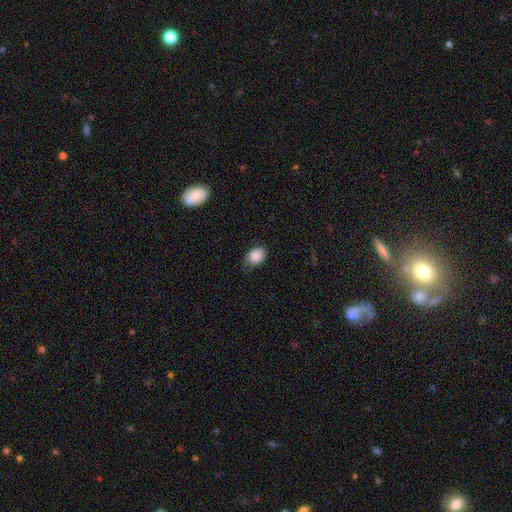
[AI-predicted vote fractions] Morphology: type=smooth (86%); roundness=in between (68%); merging=none (57%).